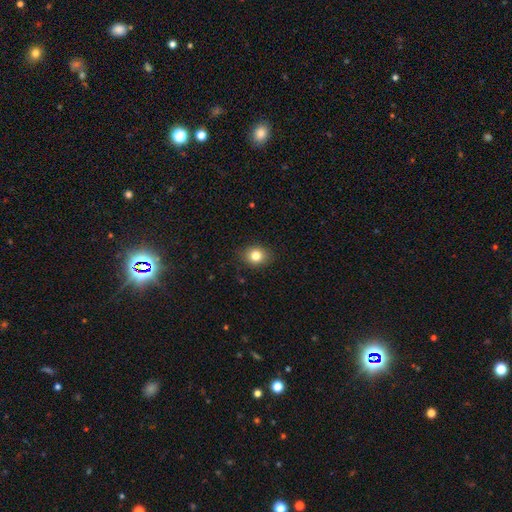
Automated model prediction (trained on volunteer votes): smooth_or_featured: smooth (p=0.81) [alt: star or artifact p=0.11]
how_rounded: round (p=0.59) [alt: in between p=0.40]
merging: none (p=0.87) [alt: minor disturbance p=0.10]